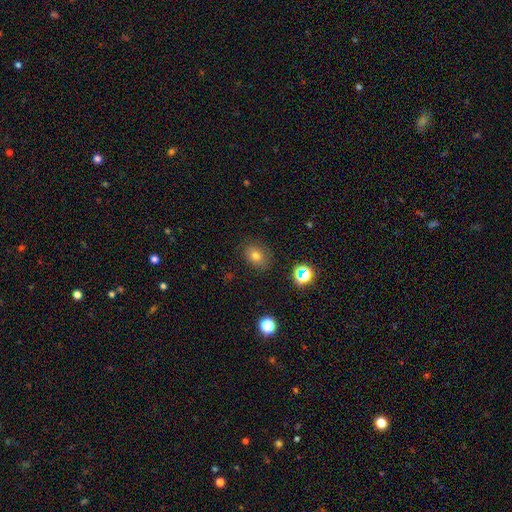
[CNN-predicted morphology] smooth-or-featured: smooth: 74% | star or artifact: 16% | featured or disk: 10%
  how-rounded: in between: 58% | round: 41% | cigar-shaped: 1%
  merging: none: 82% | minor disturbance: 12% | major disturbance: 4% | merger: 2%